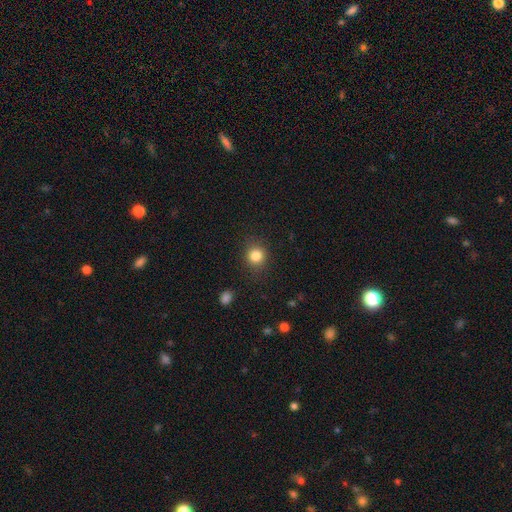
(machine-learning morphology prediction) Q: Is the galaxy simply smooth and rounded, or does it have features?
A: smooth — 83%.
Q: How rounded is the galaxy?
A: round — 84%.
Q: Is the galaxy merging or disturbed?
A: none — 86%.